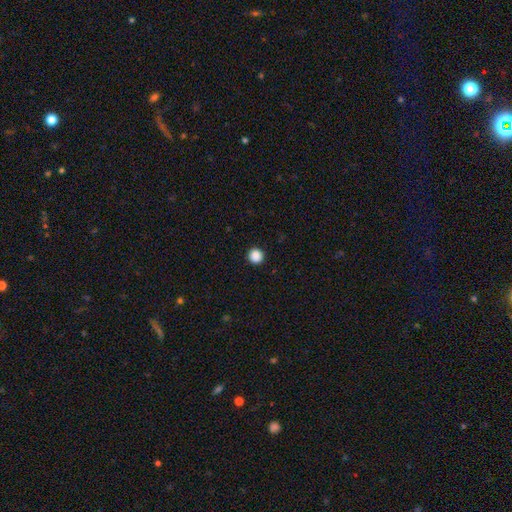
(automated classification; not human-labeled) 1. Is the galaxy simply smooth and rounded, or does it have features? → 88% smooth, 10% star or artifact, 2% featured or disk.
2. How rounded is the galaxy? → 96% round, 3% in between, 1% cigar-shaped.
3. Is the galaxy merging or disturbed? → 93% none, 4% minor disturbance, 2% major disturbance, 1% merger.